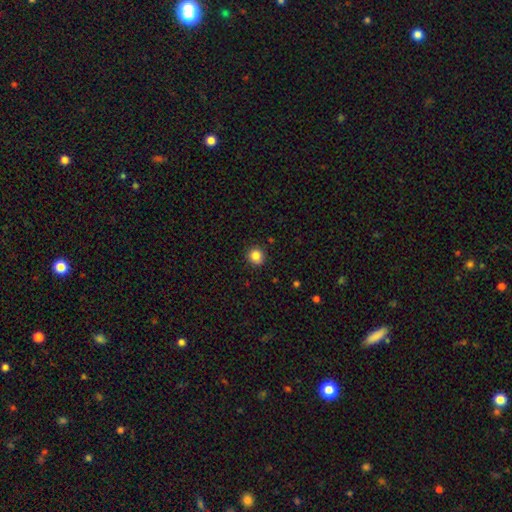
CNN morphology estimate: Smooth or featured? smooth (85%)
How rounded? round (90%)
Merging? none (90%)